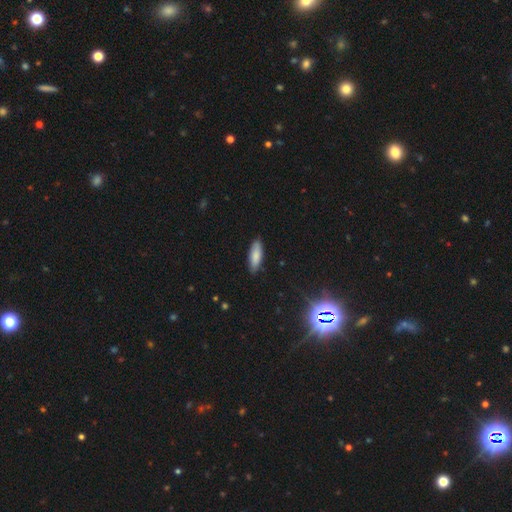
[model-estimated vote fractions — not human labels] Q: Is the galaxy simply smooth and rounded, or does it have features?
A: smooth — 83%.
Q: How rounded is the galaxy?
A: in between — 61%.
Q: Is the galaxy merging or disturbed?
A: none — 85%.